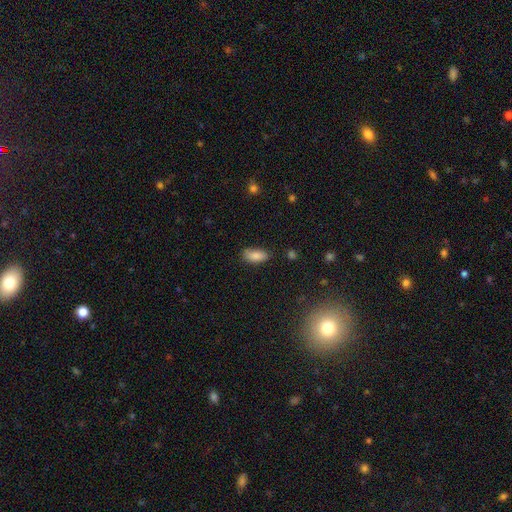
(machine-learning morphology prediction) A smooth galaxy with no disk features (86%) that is in between round and cigar-shaped (89%). Merging: none (74%).